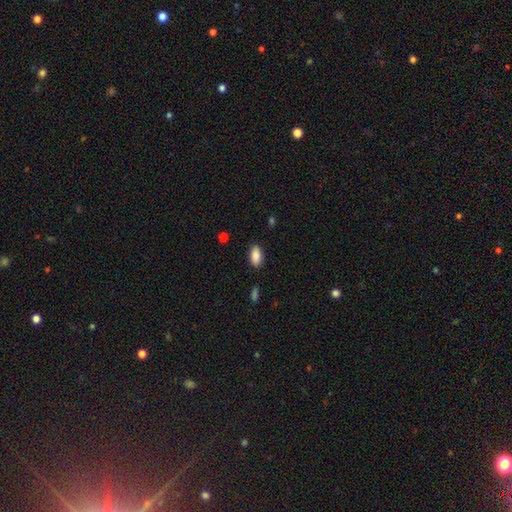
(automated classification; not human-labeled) This is clearly a smooth galaxy (88%). How rounded: clearly in between (92%). Merging: clearly none (86%).